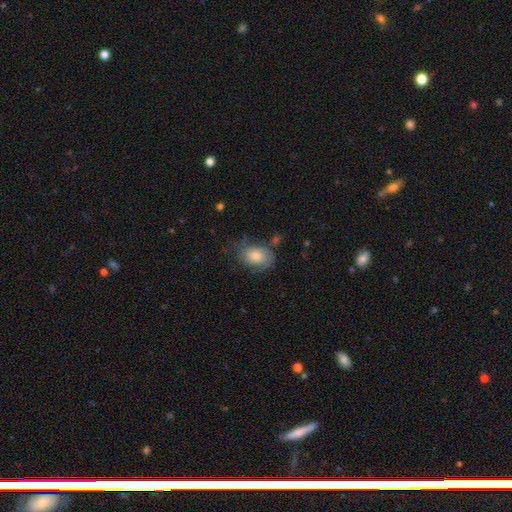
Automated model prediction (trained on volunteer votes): Morphology: type=smooth (55%); roundness=in between (72%); merging=none (51%).